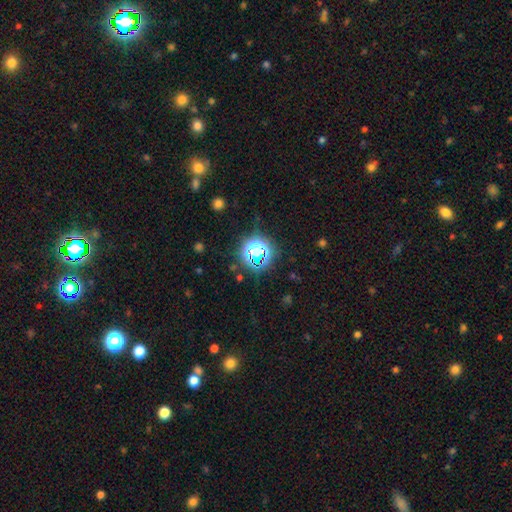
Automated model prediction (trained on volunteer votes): This is likely a star or artifact rather than a galaxy (71%).